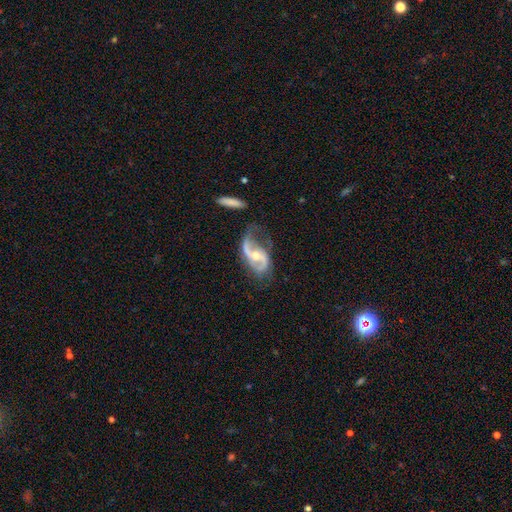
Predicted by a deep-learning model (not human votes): Smooth or featured?
  - featured or disk: 88% *
  - smooth: 7%
  - star or artifact: 5%
Edge-on disk?
  - no: 96% *
  - yes: 4%
Bar?
  - no: 43% *
  - weak: 38%
  - strong: 19%
Spiral arms?
  - yes: 95% *
  - no: 5%
Spiral winding?
  - loose: 59% *
  - medium: 33%
  - tight: 8%
Spiral arm count?
  - 2: 87% *
  - 1: 6%
  - can't tell: 4%
  - 3: 1%
  - 4: 1%
  - more than 4: 1%
Bulge size?
  - moderate: 58% *
  - small: 37%
  - large: 2%
  - none: 1%
  - dominant: 1%
Merging?
  - none: 49% *
  - minor disturbance: 25%
  - major disturbance: 22%
  - merger: 5%